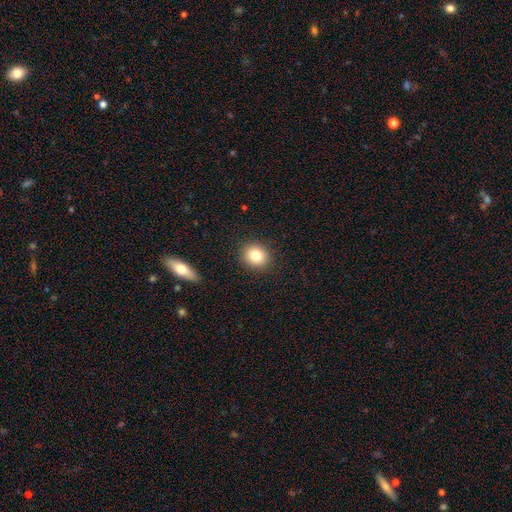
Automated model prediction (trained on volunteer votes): Smooth or featured? smooth (81%)
How rounded? round (75%)
Merging? none (90%)